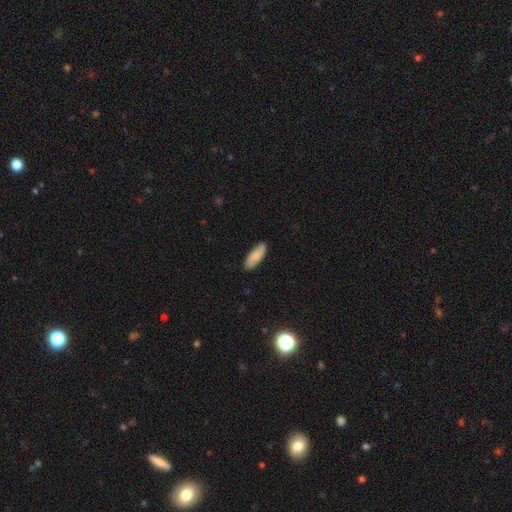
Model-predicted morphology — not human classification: A smooth galaxy with no disk features (82%) that is in between round and cigar-shaped (72%). Merging: none (83%).